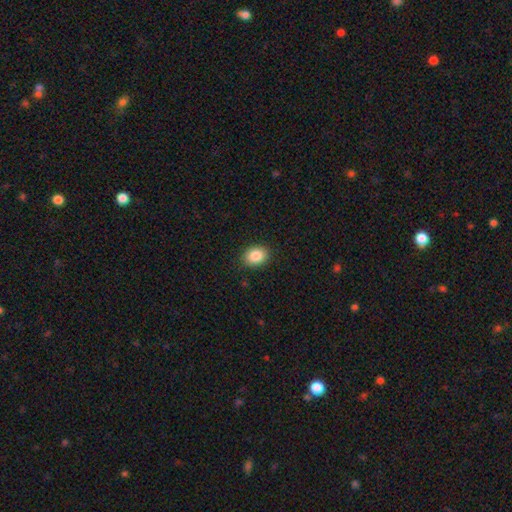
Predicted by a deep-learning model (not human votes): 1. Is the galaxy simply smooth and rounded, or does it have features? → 86% smooth, 8% star or artifact, 5% featured or disk.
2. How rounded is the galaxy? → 63% in between, 36% round, 1% cigar-shaped.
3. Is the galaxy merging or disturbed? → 88% none, 9% minor disturbance, 2% major disturbance, 1% merger.